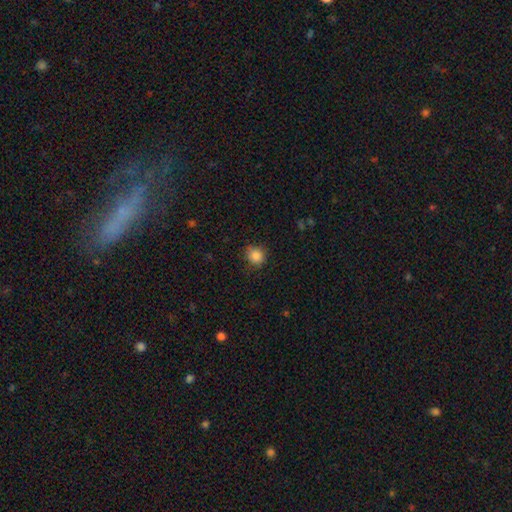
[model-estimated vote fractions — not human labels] smooth-or-featured: smooth: 87% | star or artifact: 10% | featured or disk: 3%
  how-rounded: round: 84% | in between: 15% | cigar-shaped: 1%
  merging: none: 84% | minor disturbance: 12% | major disturbance: 3% | merger: 1%